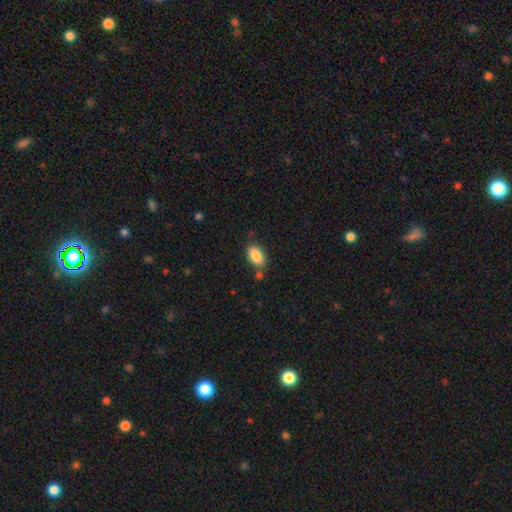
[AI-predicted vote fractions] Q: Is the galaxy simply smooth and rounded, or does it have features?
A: smooth — 87%.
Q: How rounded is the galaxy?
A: in between — 91%.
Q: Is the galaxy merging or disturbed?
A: none — 74%.